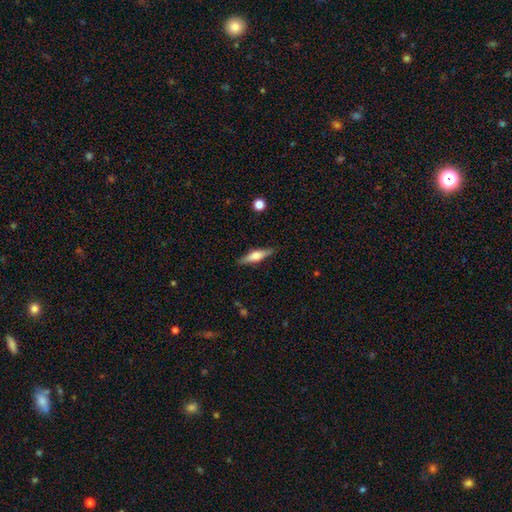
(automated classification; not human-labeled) A featured or disk galaxy (49%). Merging: none (87%).